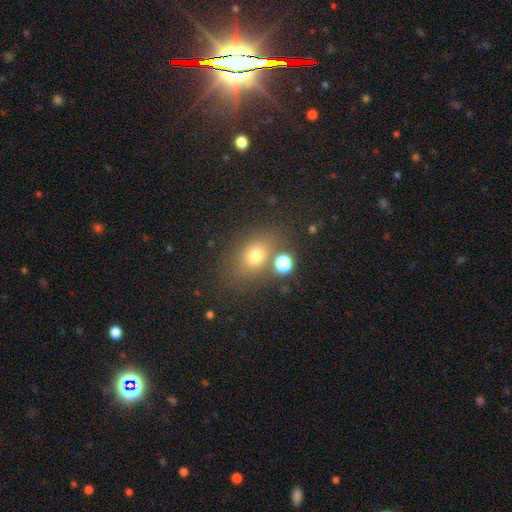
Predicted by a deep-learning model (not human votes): A smooth galaxy with no disk features (70%) that is in between round and cigar-shaped (62%). Merging: none (71%).